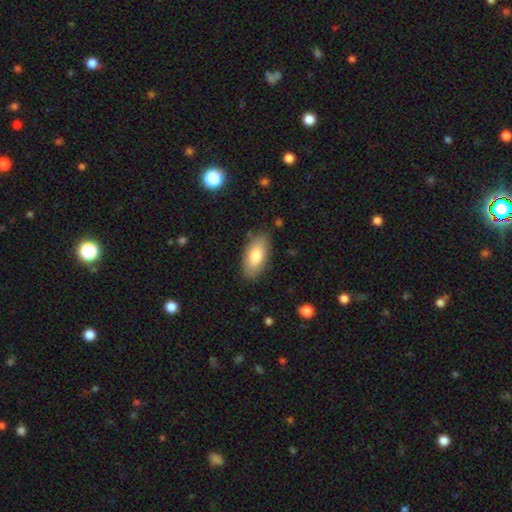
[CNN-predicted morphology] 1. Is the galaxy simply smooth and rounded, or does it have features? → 79% smooth, 15% featured or disk, 6% star or artifact.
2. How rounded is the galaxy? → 91% in between, 7% cigar-shaped, 2% round.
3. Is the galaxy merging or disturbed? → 84% none, 11% minor disturbance, 3% major disturbance, 1% merger.